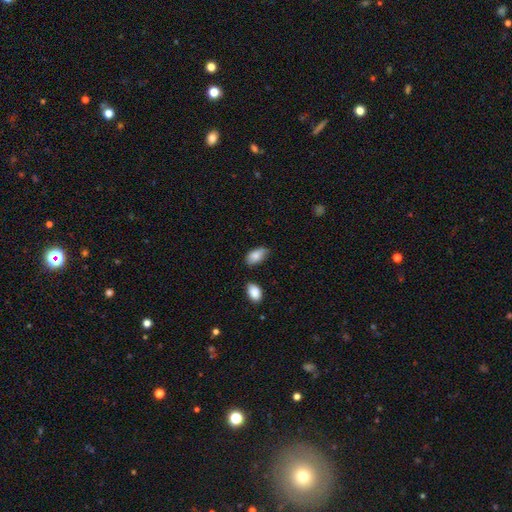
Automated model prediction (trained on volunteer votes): This appears to be a smooth galaxy with no disk features (82%) that is in between round and cigar-shaped (93%). Merging: none (58%).